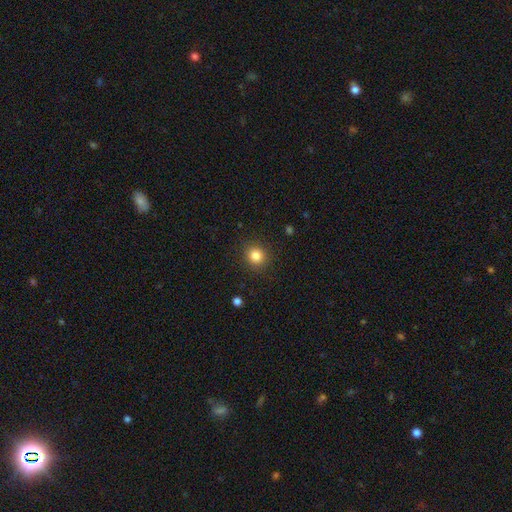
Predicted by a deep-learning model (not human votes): Q: Smooth or featured?
A: smooth (83%); runner-up: star or artifact (11%)
Q: How rounded?
A: round (86%); runner-up: in between (13%)
Q: Merging?
A: none (89%); runner-up: minor disturbance (7%)